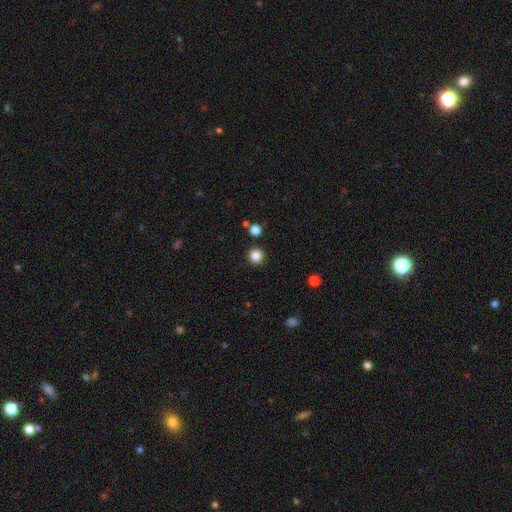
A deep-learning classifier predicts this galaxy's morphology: A smooth galaxy with no disk features (84%) that is round (94%). Merging: none (91%).